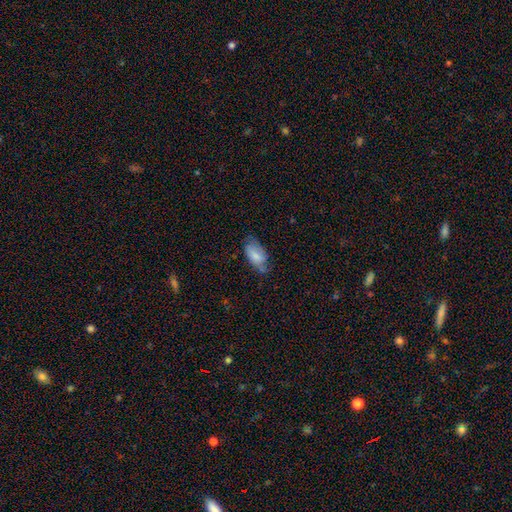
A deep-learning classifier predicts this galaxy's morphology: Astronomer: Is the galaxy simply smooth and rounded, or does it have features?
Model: smooth — 64%.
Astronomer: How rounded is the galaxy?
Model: in between — 93%.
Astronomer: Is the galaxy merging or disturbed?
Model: none — 54% (runner-up: minor disturbance, 33%).